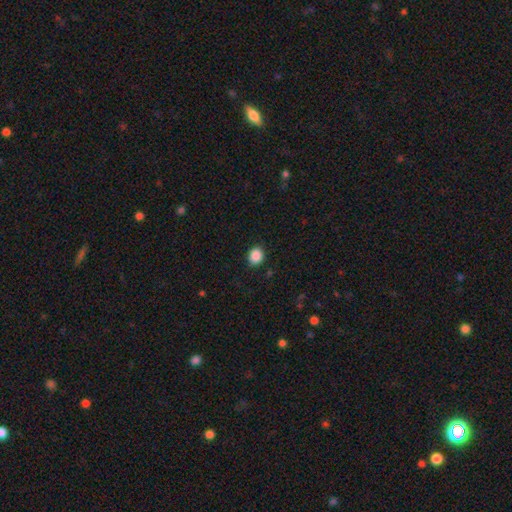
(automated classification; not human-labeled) This is clearly a smooth galaxy (88%). How rounded: likely round (69%). Merging: clearly none (89%).